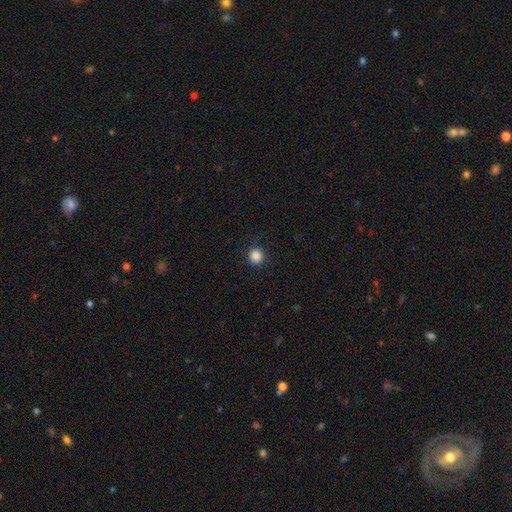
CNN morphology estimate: Smooth or featured? Predicted: smooth (p=0.87). How rounded? Predicted: round (p=0.92). Merging? Predicted: none (p=0.90).